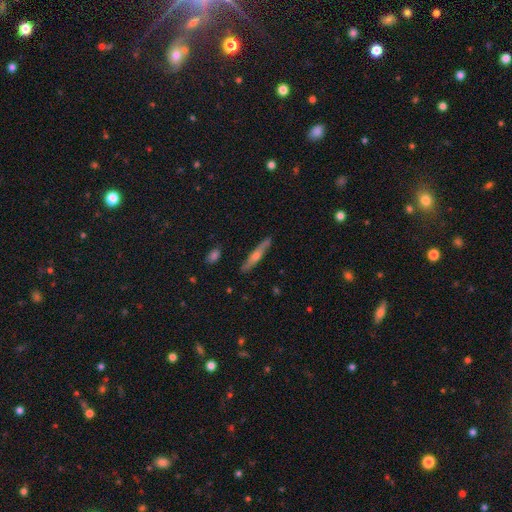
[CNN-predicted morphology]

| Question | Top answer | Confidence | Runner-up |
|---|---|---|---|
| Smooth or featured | featured or disk | 58% | smooth (35%) |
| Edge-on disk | yes | 92% | no (8%) |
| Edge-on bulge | rounded | 76% | none (15%) |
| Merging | none | 86% | minor disturbance (10%) |